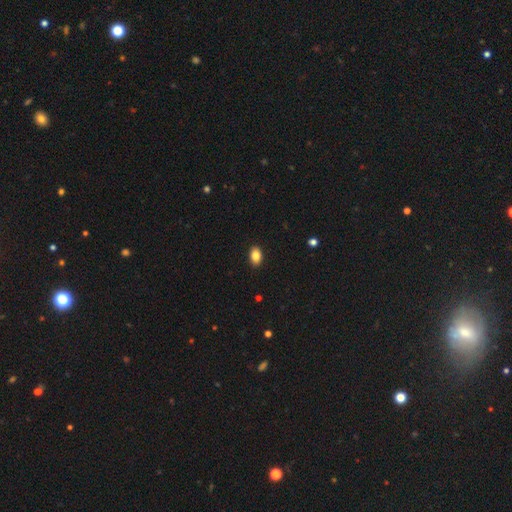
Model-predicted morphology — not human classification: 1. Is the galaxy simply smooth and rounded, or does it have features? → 84% smooth, 9% star or artifact, 7% featured or disk.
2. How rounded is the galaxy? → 87% in between, 12% round, 1% cigar-shaped.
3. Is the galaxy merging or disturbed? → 90% none, 7% minor disturbance, 2% major disturbance, 1% merger.